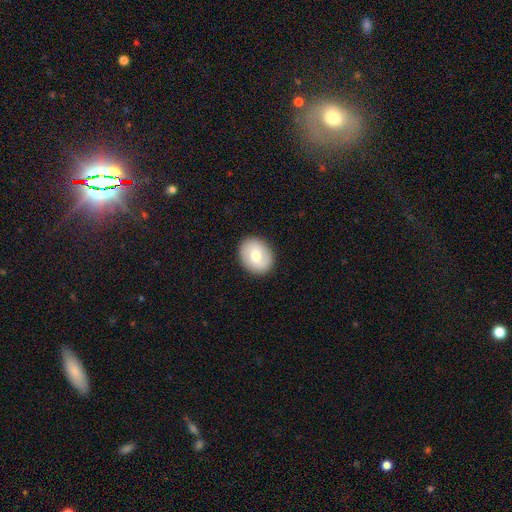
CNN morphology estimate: The model was most divided on "how rounded": round: 58%, in between: 42%, cigar-shaped: 1%. More confident: merging — none (89%); smooth or featured — smooth (61%).